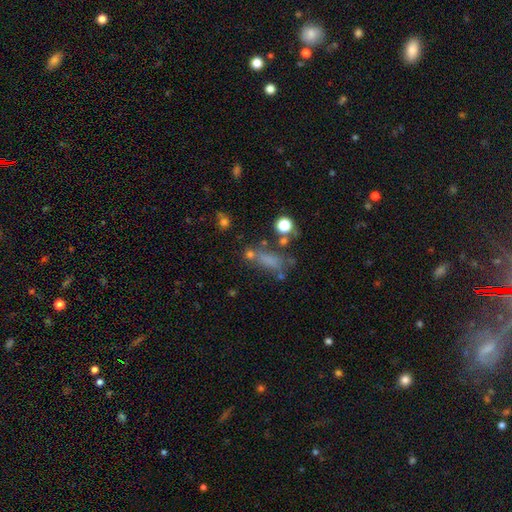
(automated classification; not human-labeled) A smooth galaxy with no disk features (59%) that is in between round and cigar-shaped (49%).

Vote fractions:
- Smooth or featured? smooth: 59% / star or artifact: 23% / featured or disk: 18%
- How rounded? in between: 49% / cigar-shaped: 37% / round: 14%
- Merging? none: 50% / minor disturbance: 19% / merger: 16% / major disturbance: 15%